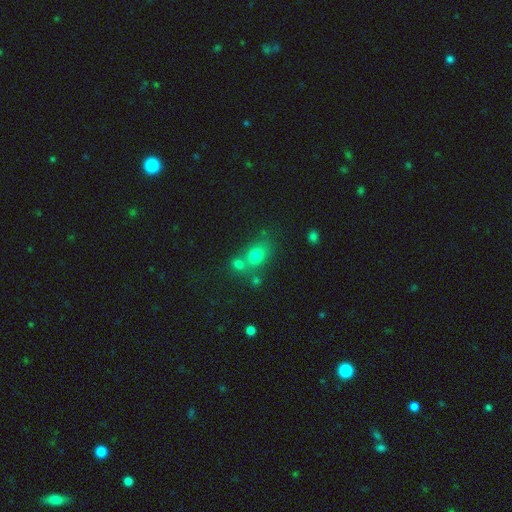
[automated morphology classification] Smooth or featured? Predicted: smooth (p=0.73). How rounded? Predicted: in between (p=0.51). Merging? Predicted: none (p=0.48).